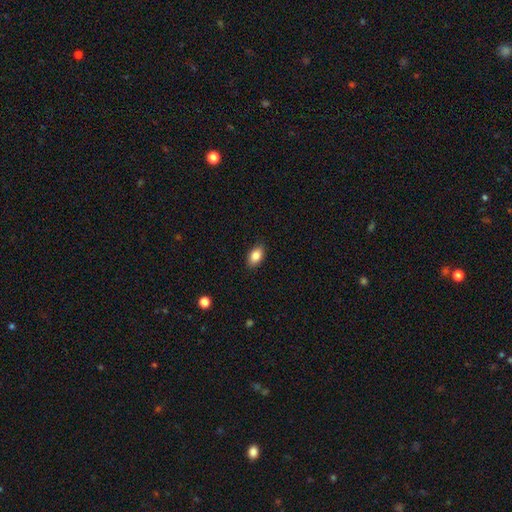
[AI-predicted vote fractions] This is clearly a smooth galaxy (85%). How rounded: clearly in between (90%). Merging: clearly none (88%).